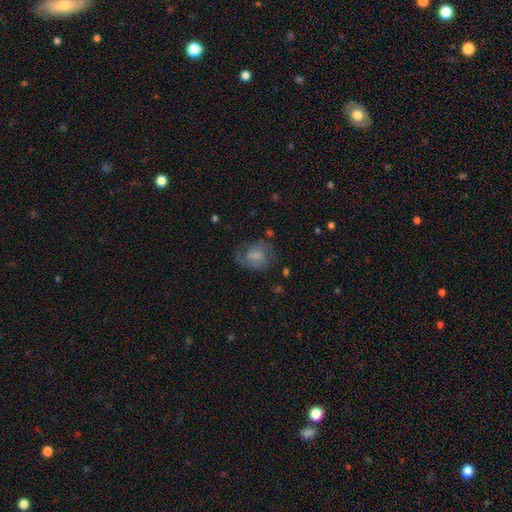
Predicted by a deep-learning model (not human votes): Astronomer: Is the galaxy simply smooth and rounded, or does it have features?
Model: featured or disk — 61%.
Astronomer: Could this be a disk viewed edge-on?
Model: no — 97%.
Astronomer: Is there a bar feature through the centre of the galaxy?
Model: weak — 52% (runner-up: no, 30%).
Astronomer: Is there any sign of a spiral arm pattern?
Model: yes — 88%.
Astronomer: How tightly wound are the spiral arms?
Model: medium — 50% (runner-up: tight, 27%).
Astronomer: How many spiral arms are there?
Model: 2 — 76%.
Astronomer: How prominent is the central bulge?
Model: none — 41% (runner-up: small, 28%).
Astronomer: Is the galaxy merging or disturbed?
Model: none — 63%.